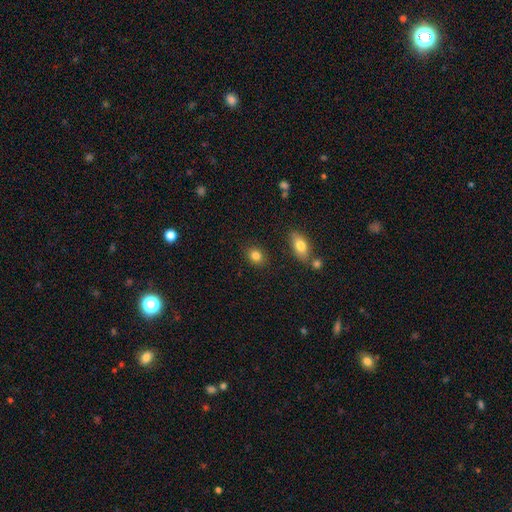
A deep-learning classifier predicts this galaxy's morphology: Overall: smooth (84%). How rounded: round (56%; in between 42%). Merging: none (86%).